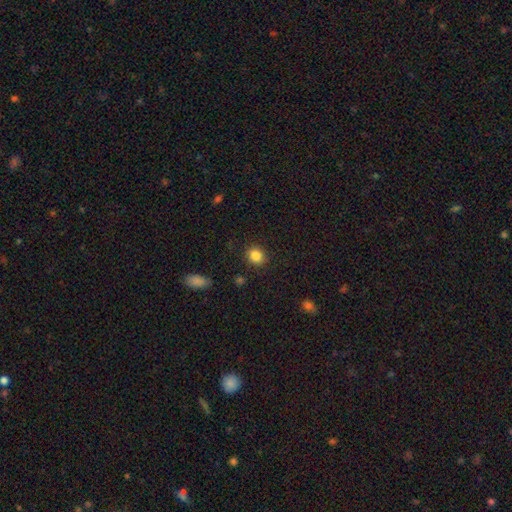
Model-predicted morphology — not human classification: Smooth or featured? smooth (86%)
How rounded? round (74%)
Merging? none (88%)